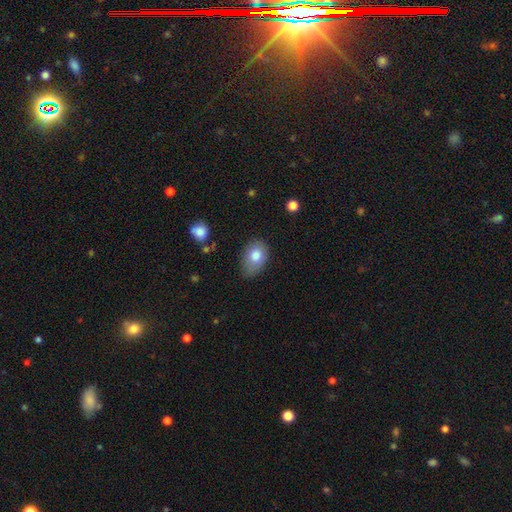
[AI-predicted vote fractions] smooth_or_featured: smooth (p=0.79) [alt: featured or disk p=0.14]
how_rounded: in between (p=0.83) [alt: round p=0.16]
merging: none (p=0.66) [alt: minor disturbance p=0.26]